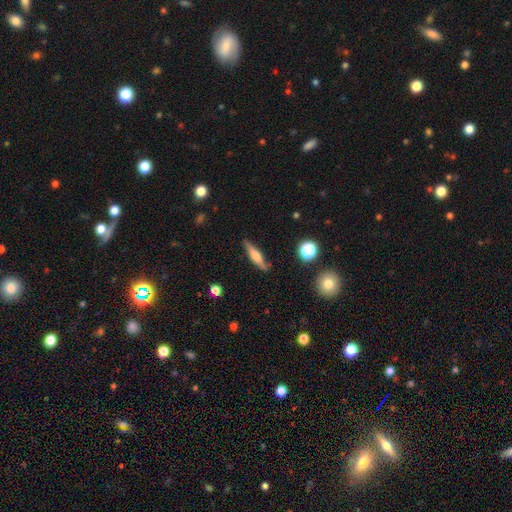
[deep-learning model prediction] Smooth or featured: featured or disk — 47% (smooth — 45%)
Merging: none — 86% (minor disturbance — 10%)